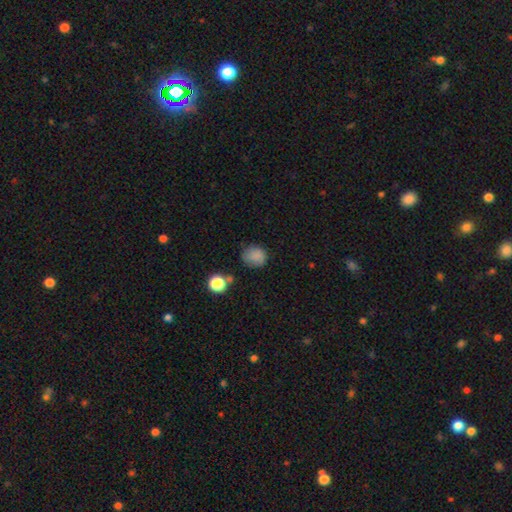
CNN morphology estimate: Smooth or featured: smooth — 81% (star or artifact — 13%)
How rounded: round — 75% (in between — 24%)
Merging: none — 66% (minor disturbance — 23%)